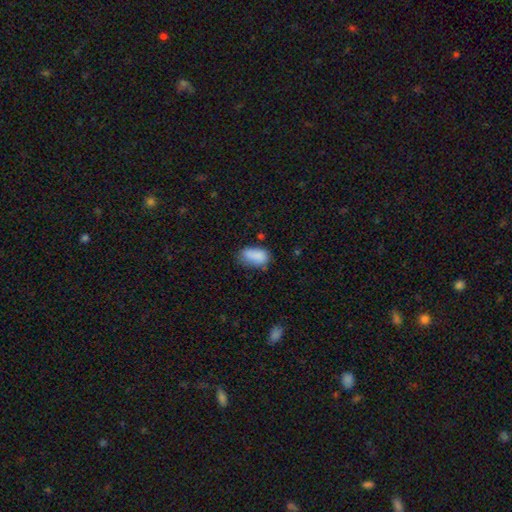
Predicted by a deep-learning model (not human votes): smooth_or_featured: smooth (p=0.85) [alt: star or artifact p=0.09]
how_rounded: in between (p=0.91) [alt: round p=0.05]
merging: none (p=0.56) [alt: minor disturbance p=0.31]